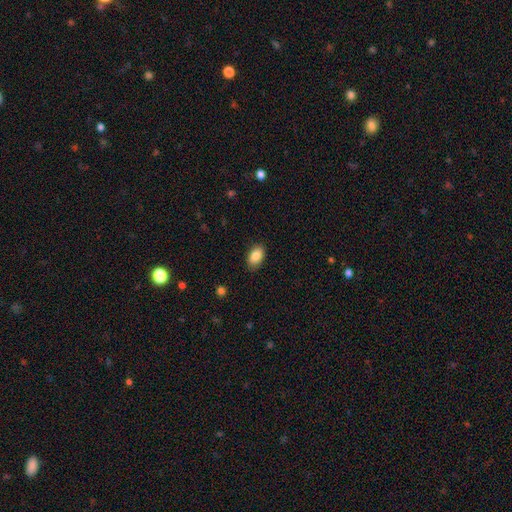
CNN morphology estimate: This appears to be a smooth galaxy with no disk features (86%) that is in between round and cigar-shaped (90%). Merging: none (85%).